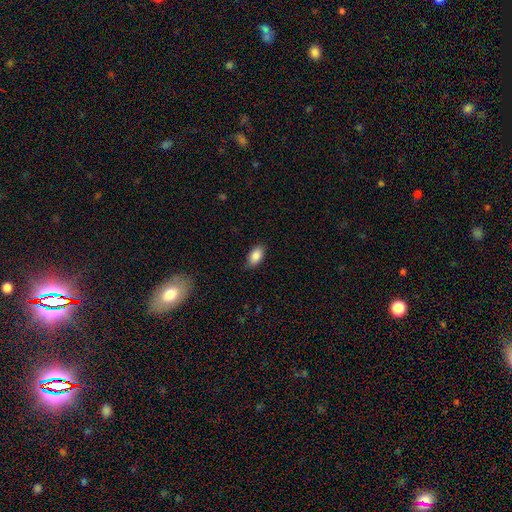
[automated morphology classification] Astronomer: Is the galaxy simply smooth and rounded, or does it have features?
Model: smooth — 87%.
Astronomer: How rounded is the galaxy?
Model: in between — 91%.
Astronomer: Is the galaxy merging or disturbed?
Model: none — 82%.